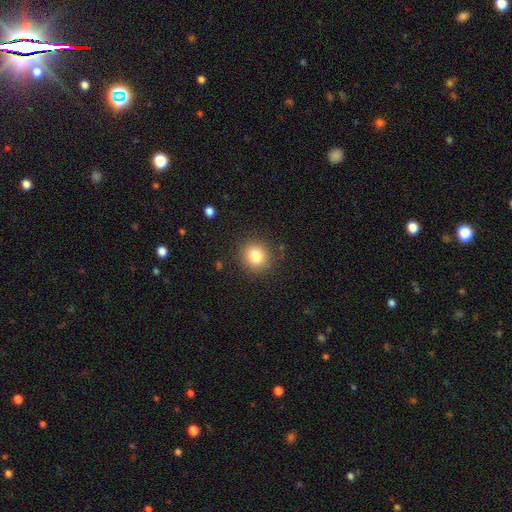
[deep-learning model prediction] Morphology: type=smooth (82%); roundness=round (85%); merging=none (88%).